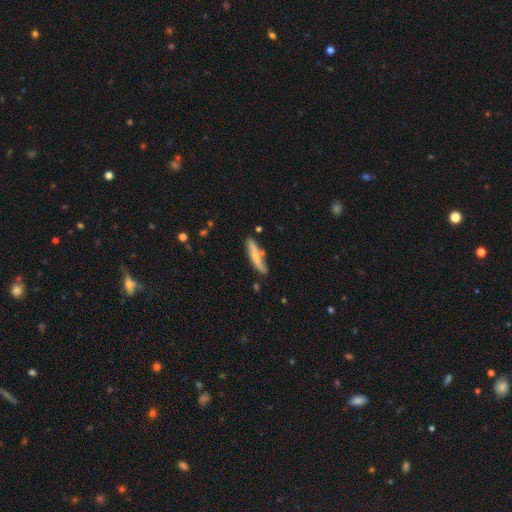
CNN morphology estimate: smooth 53%, featured or disk 41%, star or artifact 5%. Down the decision tree: how rounded — cigar-shaped (85%); merging — none (71%).